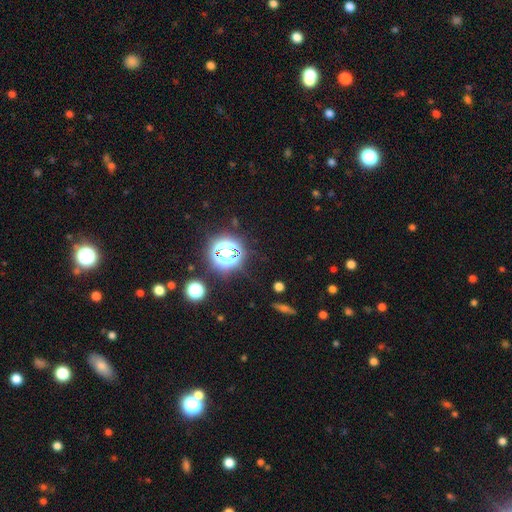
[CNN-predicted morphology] smooth-or-featured: star or artifact: 79% | smooth: 14% | featured or disk: 7%